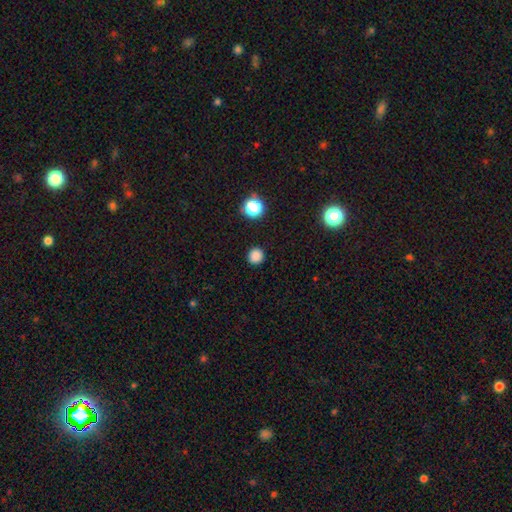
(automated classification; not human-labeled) This appears to be a smooth galaxy with no disk features (83%) that is round (94%). Merging: none (91%).